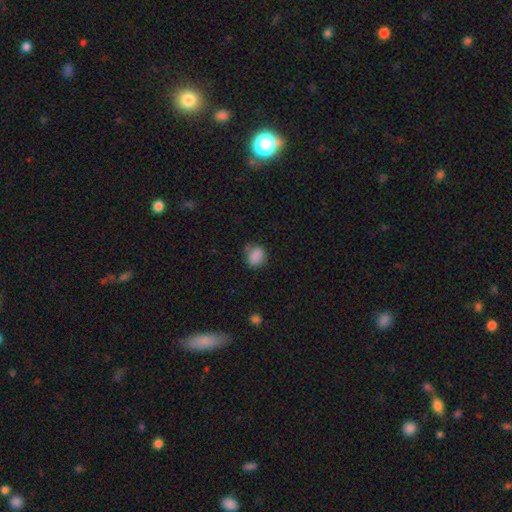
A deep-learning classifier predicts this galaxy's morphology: smooth 85%, star or artifact 10%, featured or disk 6%. Down the decision tree: how rounded — round (52%); merging — none (69%).